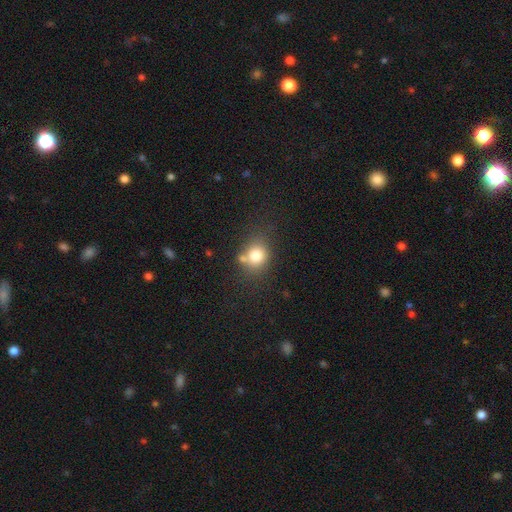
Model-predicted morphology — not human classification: A smooth galaxy with no disk features (78%) that is round (70%).

Vote fractions:
- Smooth or featured? smooth: 78% / star or artifact: 11% / featured or disk: 10%
- How rounded? round: 70% / in between: 29% / cigar-shaped: 1%
- Merging? none: 58% / merger: 21% / minor disturbance: 16% / major disturbance: 6%